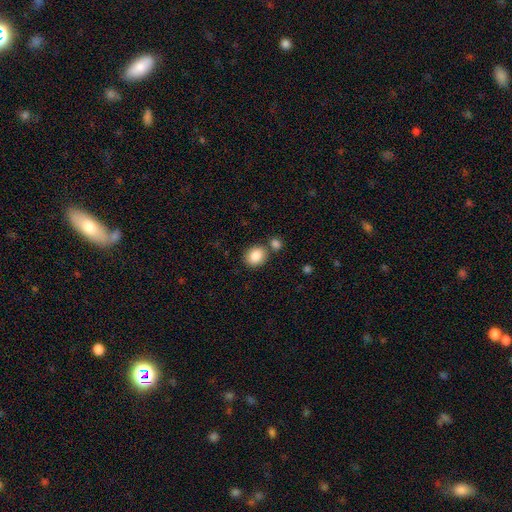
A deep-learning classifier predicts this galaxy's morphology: Smooth or featured?
  - smooth: 86% *
  - star or artifact: 8%
  - featured or disk: 6%
How rounded?
  - round: 63% *
  - in between: 36%
  - cigar-shaped: 1%
Merging?
  - none: 71% *
  - merger: 16%
  - minor disturbance: 10%
  - major disturbance: 3%